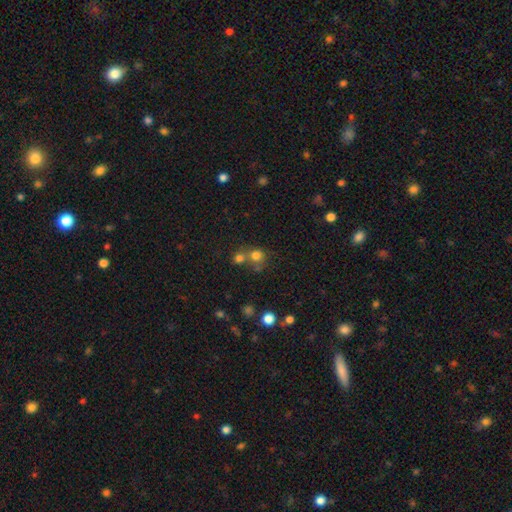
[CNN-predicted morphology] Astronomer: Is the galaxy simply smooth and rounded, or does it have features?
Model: smooth — 74%.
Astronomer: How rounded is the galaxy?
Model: round — 84%.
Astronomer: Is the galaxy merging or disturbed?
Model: none — 47% (runner-up: merger, 41%).